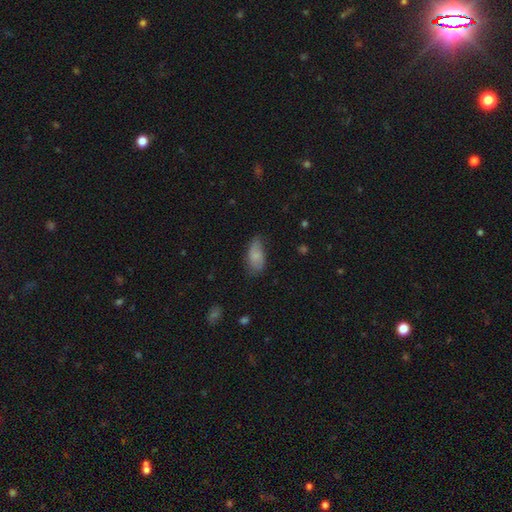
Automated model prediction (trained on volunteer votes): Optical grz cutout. It shows a smooth galaxy with no disk features (75%) that is in between round and cigar-shaped (91%). Merging: none (60%).